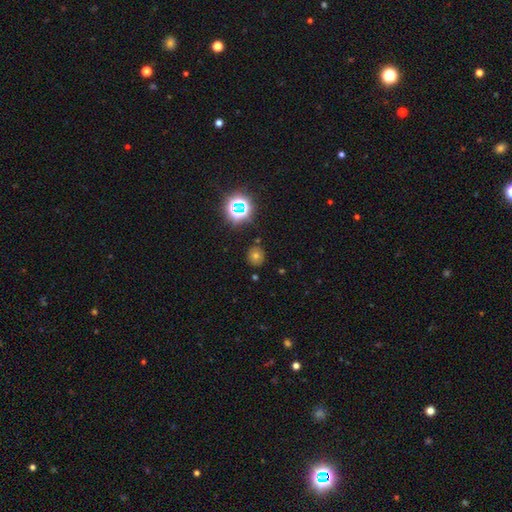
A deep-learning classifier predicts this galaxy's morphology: Smooth or featured: smooth — 50% (star or artifact — 39%)
How rounded: round — 88% (in between — 11%)
Merging: none — 85% (minor disturbance — 9%)